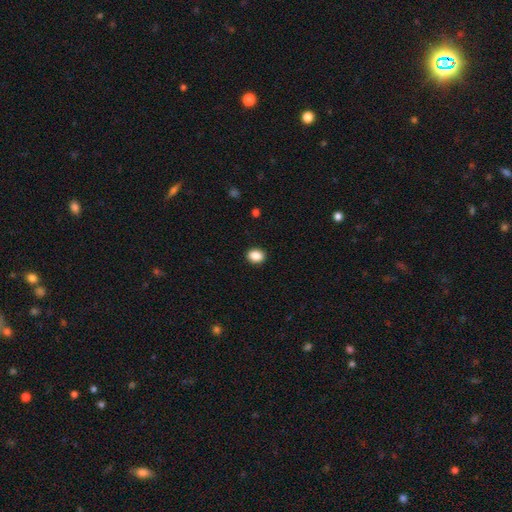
This is clearly a smooth galaxy (85%). How rounded: likely round (70%). Merging: clearly none (89%).